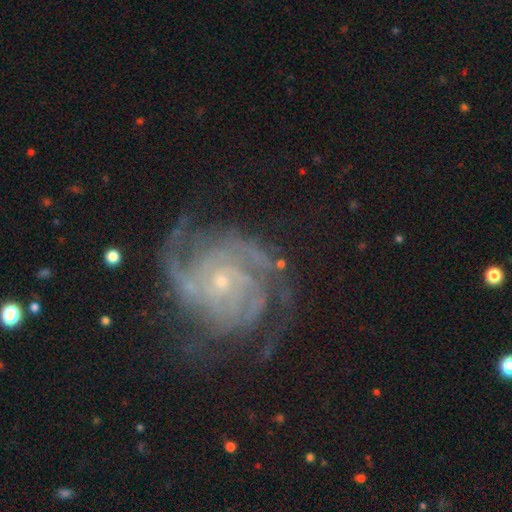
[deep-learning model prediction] Smooth or featured? Predicted: featured or disk (p=0.90). Edge-on disk? Predicted: no (p=0.98). Bar? Predicted: no (p=0.73). Spiral arms? Predicted: yes (p=0.98). Spiral winding? Predicted: tight (p=0.64). Spiral arm count? Predicted: 3 (p=0.25). Bulge size? Predicted: small (p=0.80). Merging? Predicted: none (p=0.67).